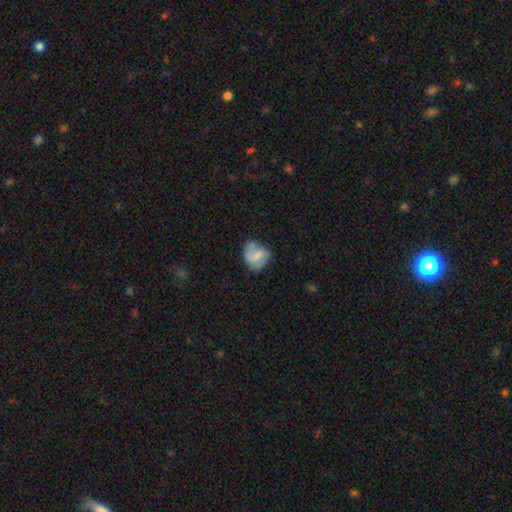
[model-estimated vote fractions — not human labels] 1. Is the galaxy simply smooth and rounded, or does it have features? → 48% smooth, 44% featured or disk, 8% star or artifact.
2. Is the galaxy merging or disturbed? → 49% none, 30% minor disturbance, 17% major disturbance, 4% merger.